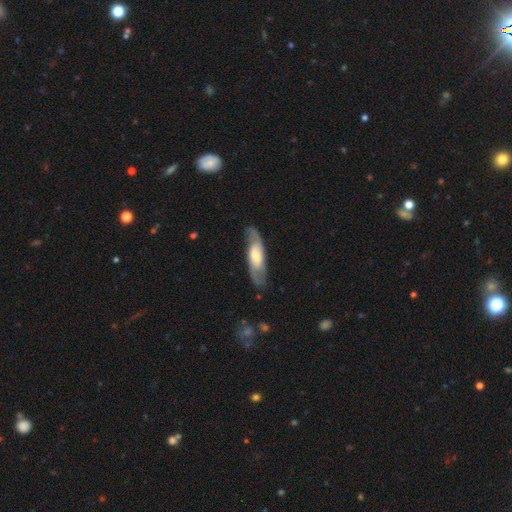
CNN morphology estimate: Smooth or featured? featured or disk (66%)
Edge-on disk? no (79%)
Bar? no (48%)
Spiral arms? yes (84%)
Bulge size? moderate (45%)
Merging? none (79%)